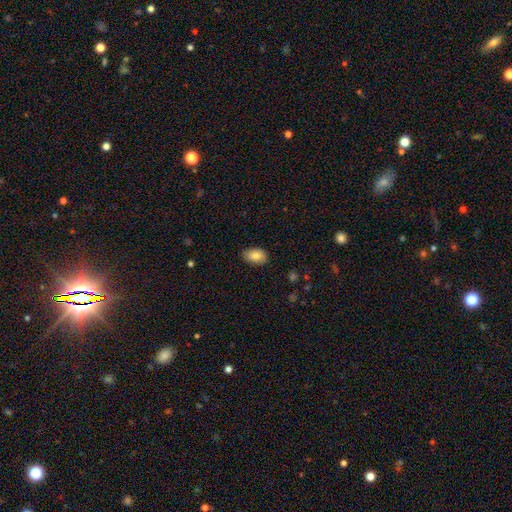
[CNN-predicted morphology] A smooth galaxy with no disk features (84%) that is in between round and cigar-shaped (88%).

Vote fractions:
- Smooth or featured? smooth: 84% / featured or disk: 9% / star or artifact: 7%
- How rounded? in between: 88% / round: 10% / cigar-shaped: 1%
- Merging? none: 83% / minor disturbance: 14% / major disturbance: 2% / merger: 1%